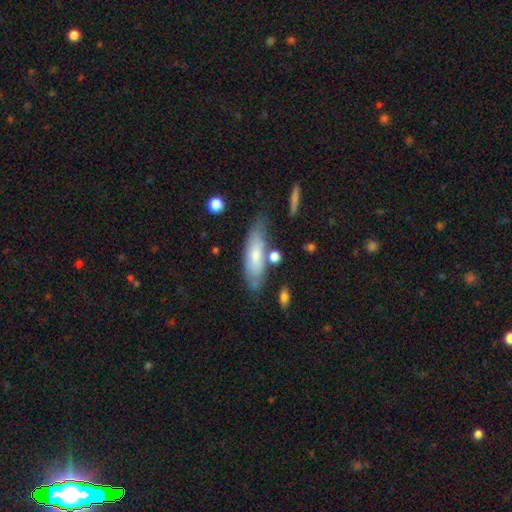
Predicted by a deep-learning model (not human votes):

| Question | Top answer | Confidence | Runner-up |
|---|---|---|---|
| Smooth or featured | smooth | 67% | featured or disk (27%) |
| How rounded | in between | 49% | tied: cigar-shaped (49%) |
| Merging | none | 63% | minor disturbance (22%) |